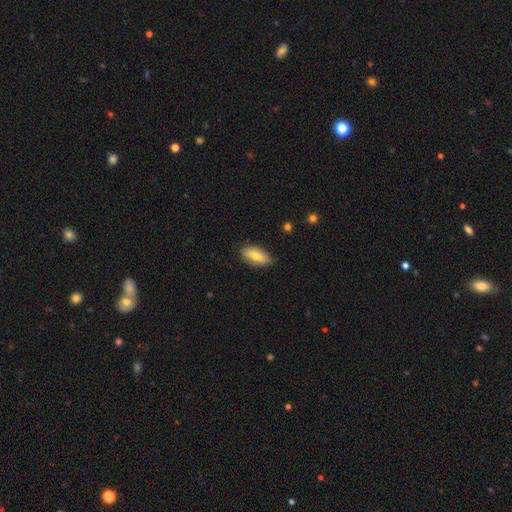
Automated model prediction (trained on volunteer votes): Smooth or featured: smooth — 69% (featured or disk — 25%)
How rounded: in between — 86% (cigar-shaped — 11%)
Merging: none — 79% (minor disturbance — 17%)